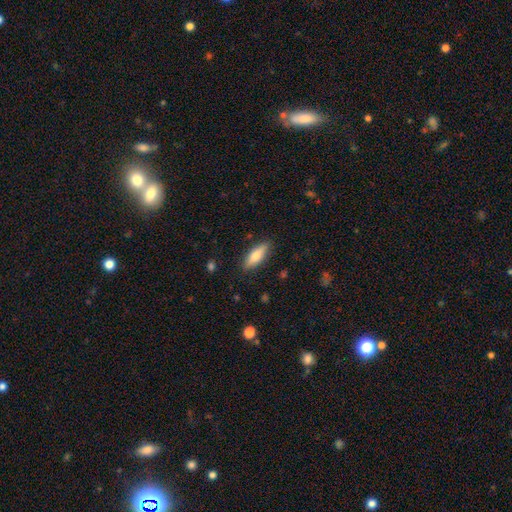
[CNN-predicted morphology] This is likely a smooth galaxy (71%). How rounded: possibly in between (59%). Merging: clearly none (85%).